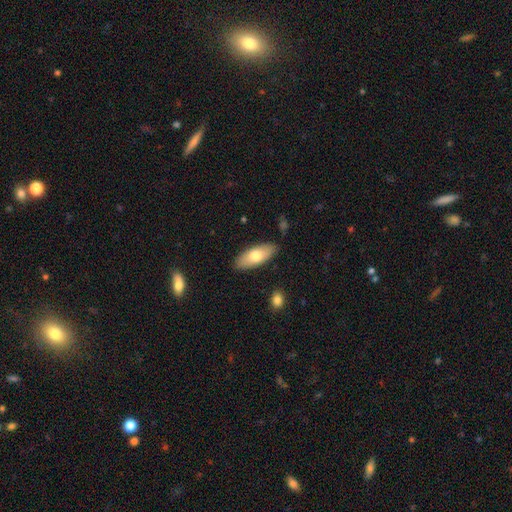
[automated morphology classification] This is likely a smooth galaxy (73%). How rounded: clearly in between (80%). Merging: clearly none (85%).